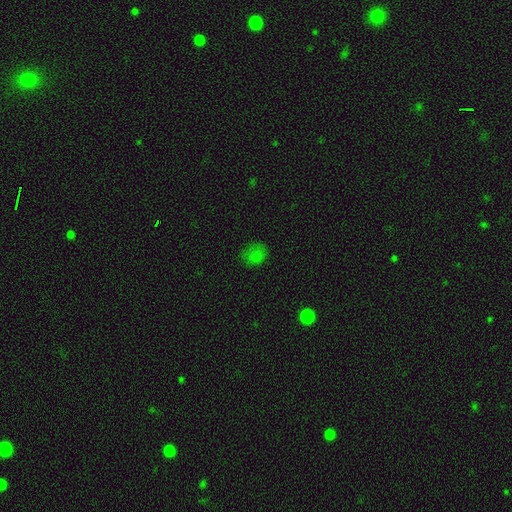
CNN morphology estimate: This is likely a smooth galaxy (73%). How rounded: possibly round (60%). Merging: likely none (68%).